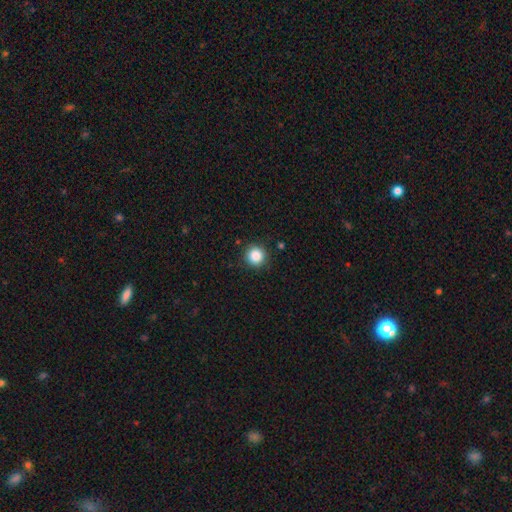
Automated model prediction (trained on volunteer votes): Smooth or featured?
  - smooth: 86% *
  - star or artifact: 10%
  - featured or disk: 4%
How rounded?
  - round: 95% *
  - in between: 4%
  - cigar-shaped: 1%
Merging?
  - none: 89% *
  - minor disturbance: 8%
  - major disturbance: 2%
  - merger: 1%